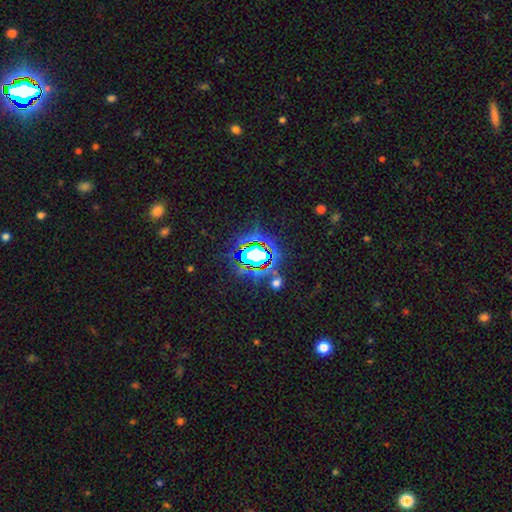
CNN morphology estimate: star or artifact 71%, smooth 16%, featured or disk 13%.